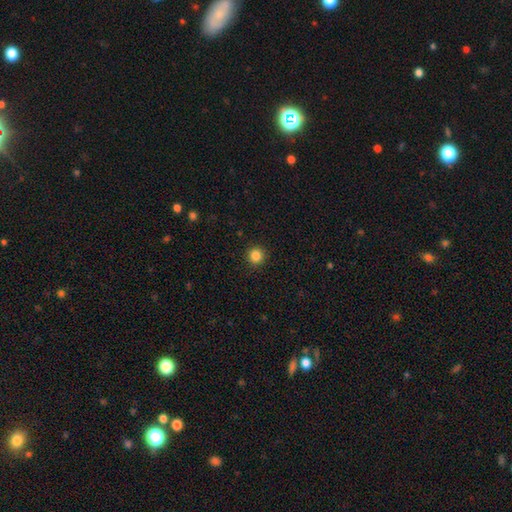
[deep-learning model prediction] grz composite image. It shows a smooth galaxy with no disk features (85%) that is round (94%). Merging: none (92%).